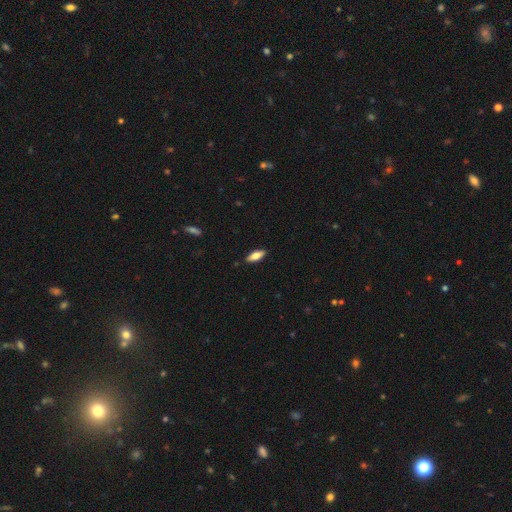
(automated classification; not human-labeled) A smooth galaxy with no disk features (72%) that is in between round and cigar-shaped (67%). Merging: none (88%).